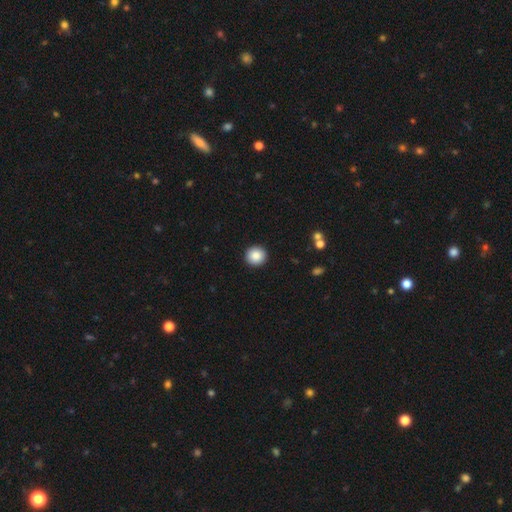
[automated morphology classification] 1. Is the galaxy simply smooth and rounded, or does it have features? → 88% smooth, 8% star or artifact, 4% featured or disk.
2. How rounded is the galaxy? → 93% round, 6% in between, 1% cigar-shaped.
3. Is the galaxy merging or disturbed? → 93% none, 4% minor disturbance, 2% major disturbance, 1% merger.